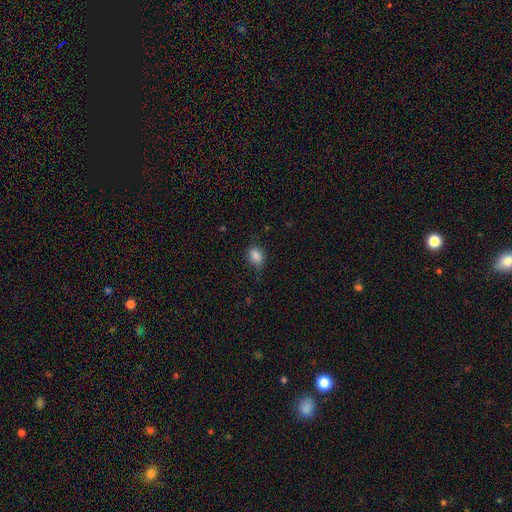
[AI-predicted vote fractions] This is clearly a smooth galaxy (86%). How rounded: likely in between (77%). Merging: likely none (68%).